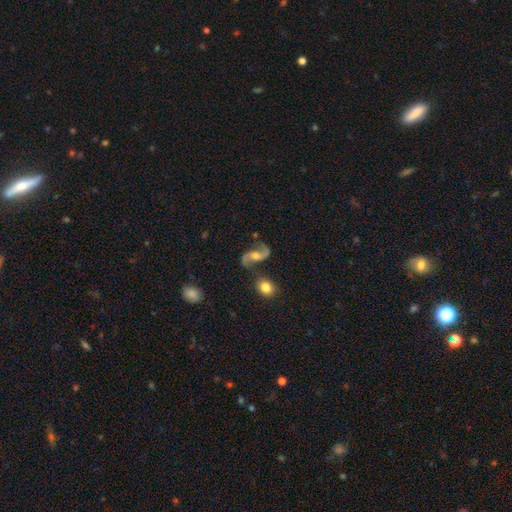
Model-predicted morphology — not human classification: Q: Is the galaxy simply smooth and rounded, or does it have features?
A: featured or disk — 87%.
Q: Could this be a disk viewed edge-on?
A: no — 97%.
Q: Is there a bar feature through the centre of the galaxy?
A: no — 53%.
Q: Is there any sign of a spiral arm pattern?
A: yes — 97%.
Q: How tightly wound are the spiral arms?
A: loose — 69%.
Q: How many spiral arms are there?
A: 2 — 94%.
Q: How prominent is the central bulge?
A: moderate — 59%.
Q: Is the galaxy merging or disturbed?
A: none — 73%.